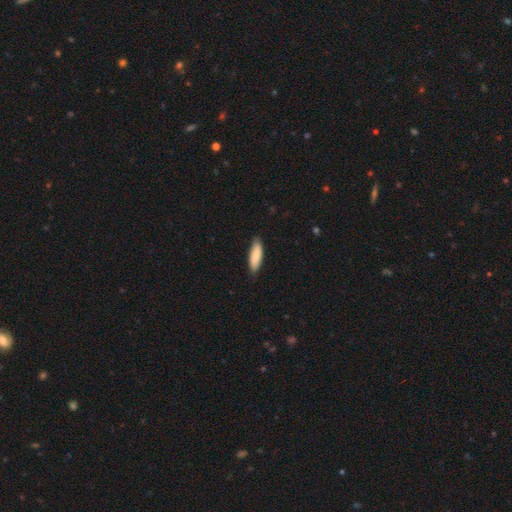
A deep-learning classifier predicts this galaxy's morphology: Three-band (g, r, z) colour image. It shows a smooth galaxy with no disk features (85%) that is in between round and cigar-shaped (51%). Merging: none (84%).